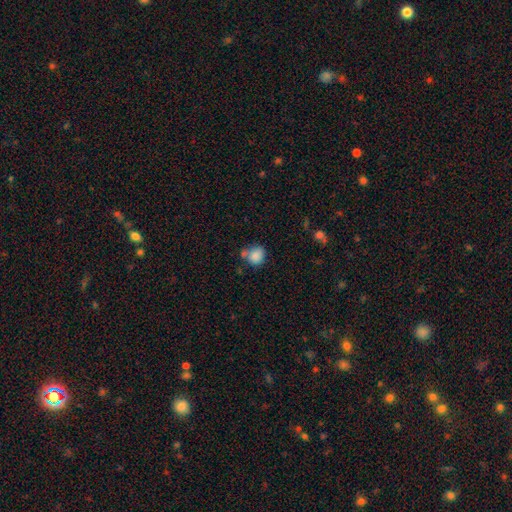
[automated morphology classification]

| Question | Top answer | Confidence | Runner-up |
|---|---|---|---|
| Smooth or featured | smooth | 84% | star or artifact (10%) |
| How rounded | round | 73% | in between (26%) |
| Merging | none | 54% | merger (21%) |